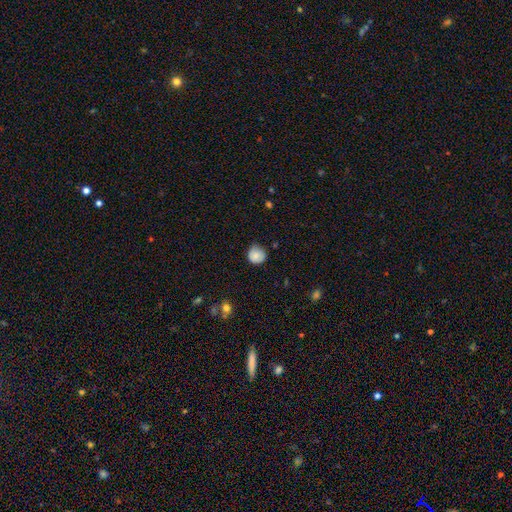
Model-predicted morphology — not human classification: The model was most divided on "merging": none: 71%, minor disturbance: 24%, major disturbance: 4%, merger: 2%. More confident: how rounded — round (89%); smooth or featured — smooth (83%).